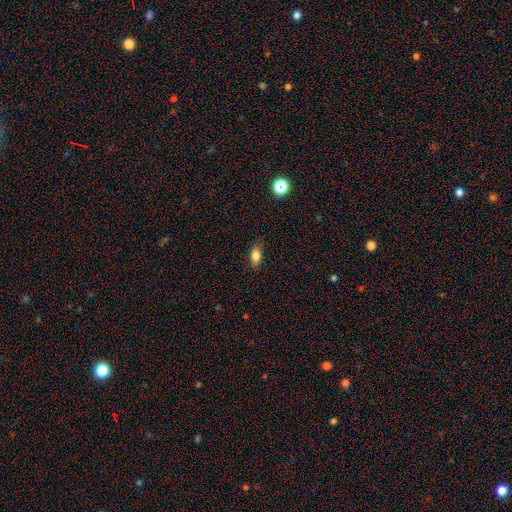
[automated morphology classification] Smooth or featured? smooth (82%)
How rounded? in between (84%)
Merging? none (80%)